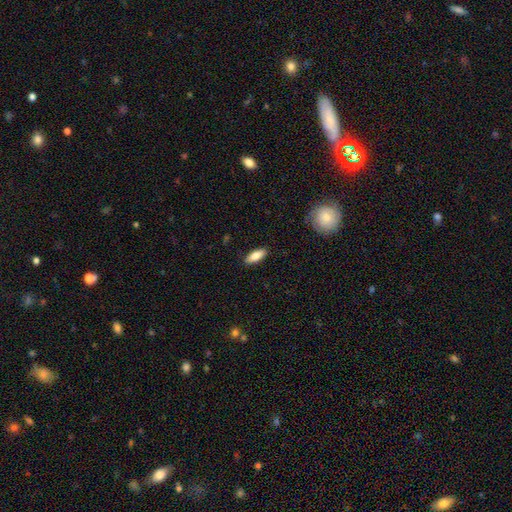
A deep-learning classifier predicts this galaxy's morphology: Q: Smooth or featured?
A: smooth (84%); runner-up: featured or disk (10%)
Q: How rounded?
A: in between (70%); runner-up: cigar-shaped (28%)
Q: Merging?
A: none (88%); runner-up: minor disturbance (9%)